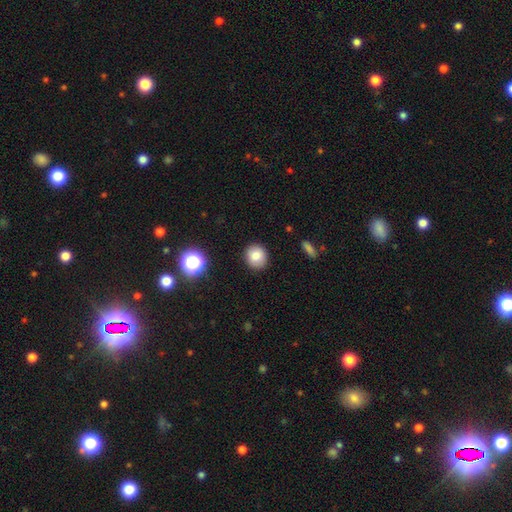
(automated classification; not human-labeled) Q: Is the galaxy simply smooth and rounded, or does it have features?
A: smooth — 80%.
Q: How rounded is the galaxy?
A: round — 82%.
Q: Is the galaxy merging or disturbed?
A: none — 89%.